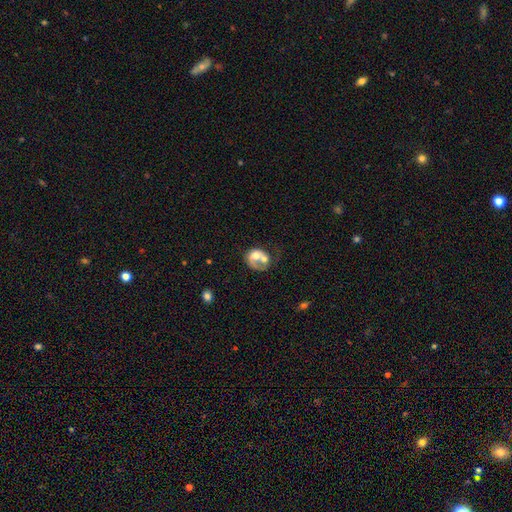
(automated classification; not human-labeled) smooth_or_featured: featured or disk (p=0.49) [alt: smooth p=0.43]
merging: merger (p=0.52) [alt: major disturbance p=0.21]